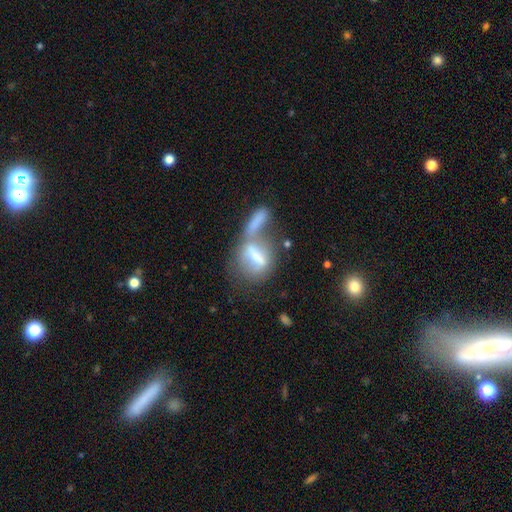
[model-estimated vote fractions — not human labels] smooth 48%, featured or disk 42%, star or artifact 10%. Down the decision tree: merging — merger (58%).